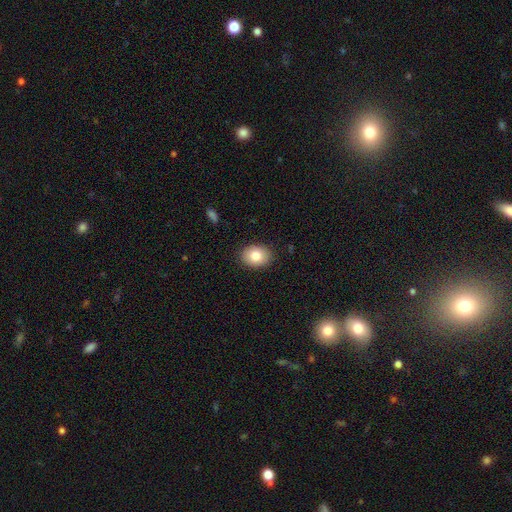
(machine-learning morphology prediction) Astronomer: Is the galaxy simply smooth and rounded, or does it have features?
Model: smooth — 82%.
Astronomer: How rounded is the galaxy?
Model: in between — 60% (runner-up: round, 39%).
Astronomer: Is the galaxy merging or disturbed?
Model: none — 89%.